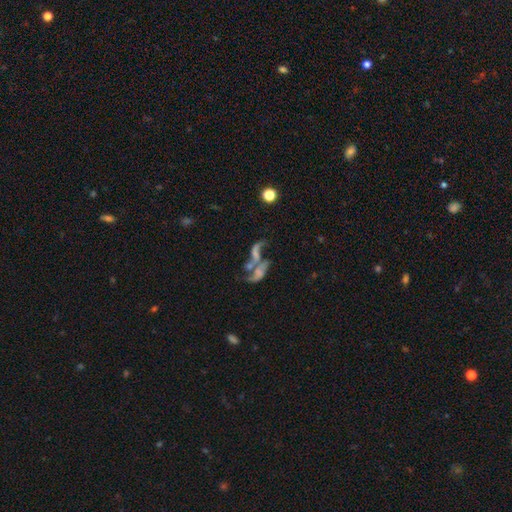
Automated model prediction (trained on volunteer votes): The model was most divided on "spiral arms": no: 59%, yes: 41%. More confident: edge-on disk — no (92%); bar — no (77%); bulge size — none (58%); merging — merger (58%); smooth or featured — featured or disk (55%).